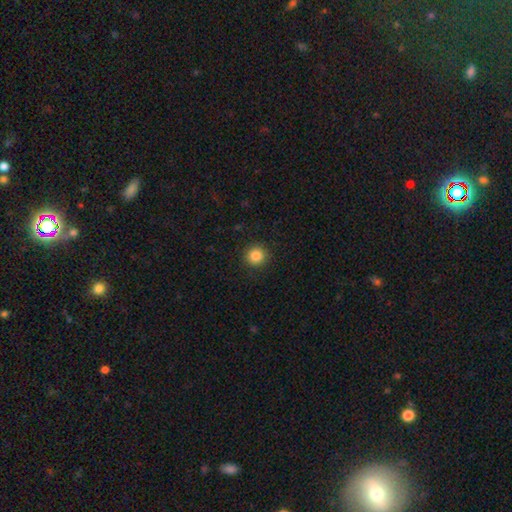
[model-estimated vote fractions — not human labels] This is clearly a smooth galaxy (86%). How rounded: clearly round (93%). Merging: clearly none (91%).